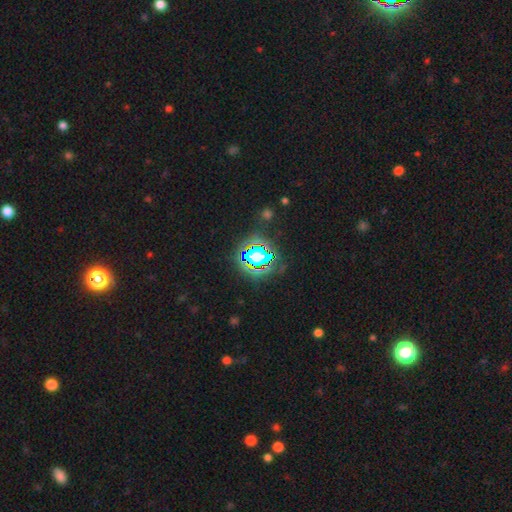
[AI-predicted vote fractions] The model was most divided on "smooth or featured": star or artifact: 64%, smooth: 22%, featured or disk: 13%.